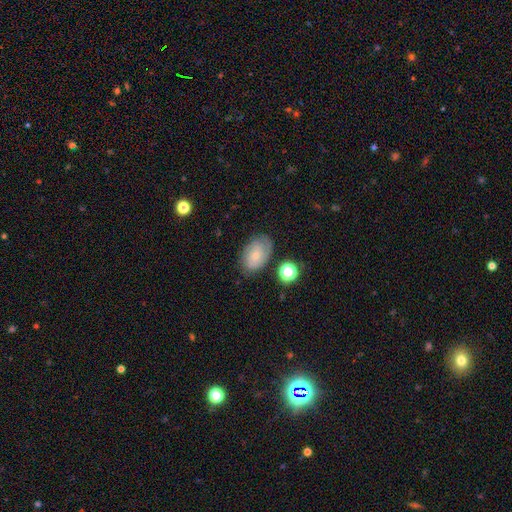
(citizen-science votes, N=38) Smooth or featured? smooth (53%)
How rounded? in between (90%)
Merging? none (74%)